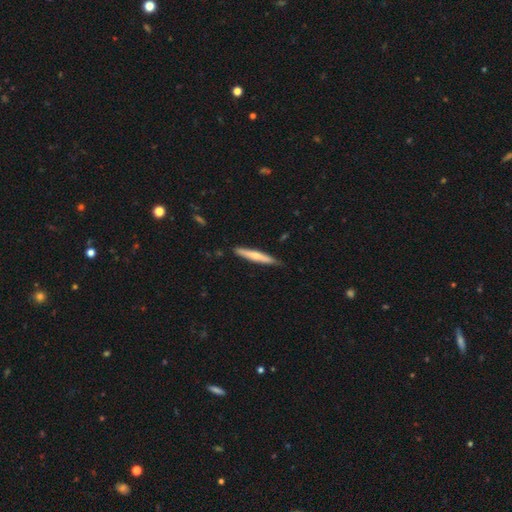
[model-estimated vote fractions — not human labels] smooth_or_featured: smooth (p=0.55) [alt: featured or disk p=0.39]
how_rounded: cigar-shaped (p=0.94) [alt: in between p=0.05]
merging: none (p=0.85) [alt: minor disturbance p=0.12]